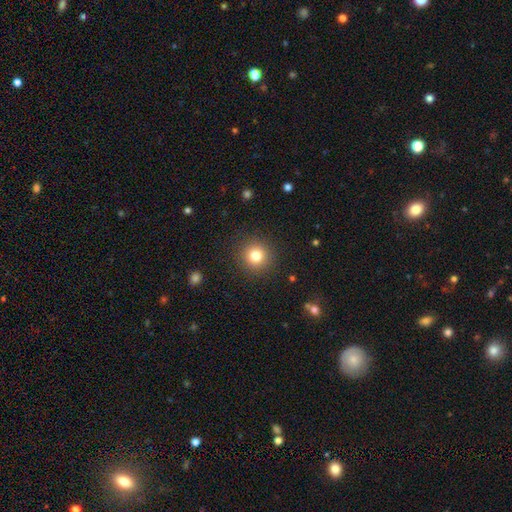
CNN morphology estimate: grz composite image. It shows a smooth galaxy with no disk features (81%) that is round (94%). Merging: none (90%).